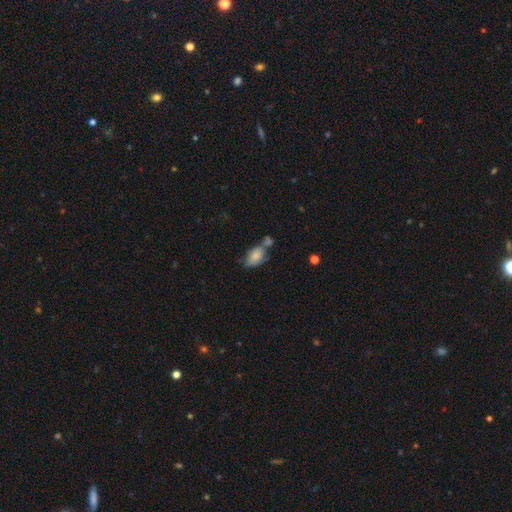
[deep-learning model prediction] A smooth galaxy with no disk features (78%) that is in between round and cigar-shaped (88%).

Vote fractions:
- Smooth or featured? smooth: 78% / featured or disk: 14% / star or artifact: 8%
- How rounded? in between: 88% / round: 10% / cigar-shaped: 2%
- Merging? none: 36% / merger: 34% / minor disturbance: 21% / major disturbance: 9%